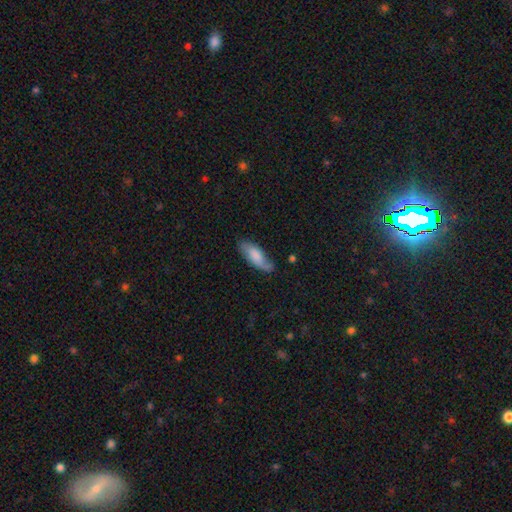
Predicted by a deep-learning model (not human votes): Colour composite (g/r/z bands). It shows a smooth galaxy with no disk features (71%) that is in between round and cigar-shaped (73%). Merging: none (63%).